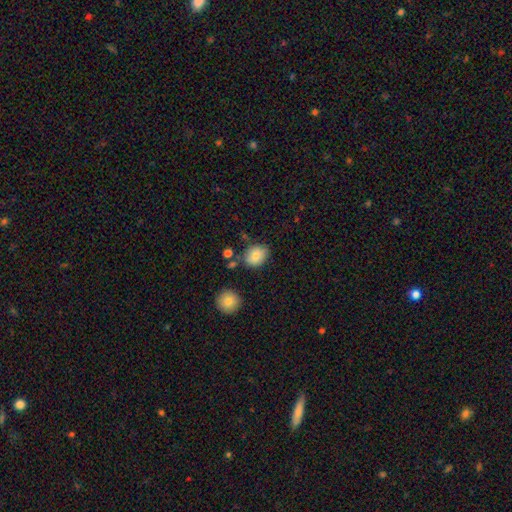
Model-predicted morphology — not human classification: Q: Smooth or featured?
A: smooth (82%); runner-up: star or artifact (9%)
Q: How rounded?
A: in between (50%); runner-up: round (49%)
Q: Merging?
A: none (75%); runner-up: minor disturbance (16%)